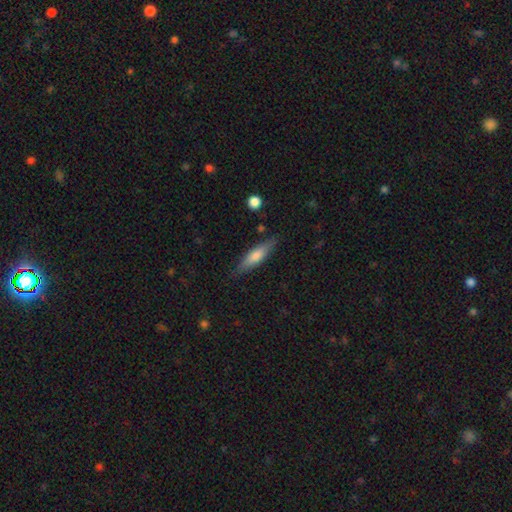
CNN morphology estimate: smooth_or_featured: smooth (p=0.62) [alt: featured or disk p=0.32]
how_rounded: cigar-shaped (p=0.70) [alt: in between p=0.28]
merging: none (p=0.83) [alt: minor disturbance p=0.13]